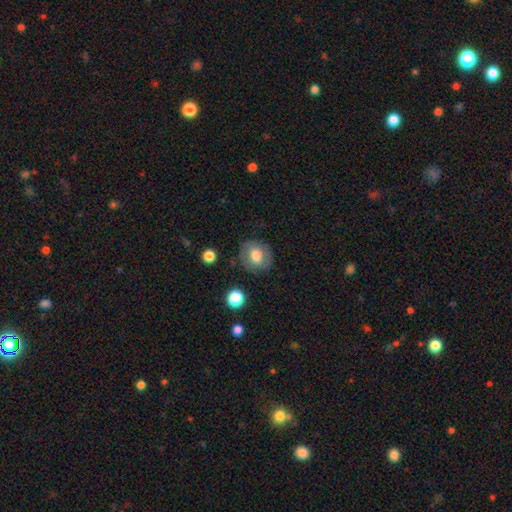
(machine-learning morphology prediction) Q: Smooth or featured?
A: smooth (70%); runner-up: featured or disk (22%)
Q: How rounded?
A: round (71%); runner-up: in between (28%)
Q: Merging?
A: none (80%); runner-up: minor disturbance (14%)